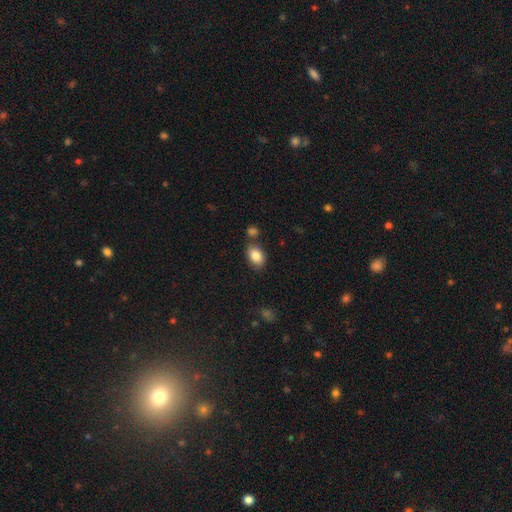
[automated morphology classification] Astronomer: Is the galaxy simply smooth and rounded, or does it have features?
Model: smooth — 85%.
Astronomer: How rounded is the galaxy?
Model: in between — 80%.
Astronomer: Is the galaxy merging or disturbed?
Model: none — 71%.